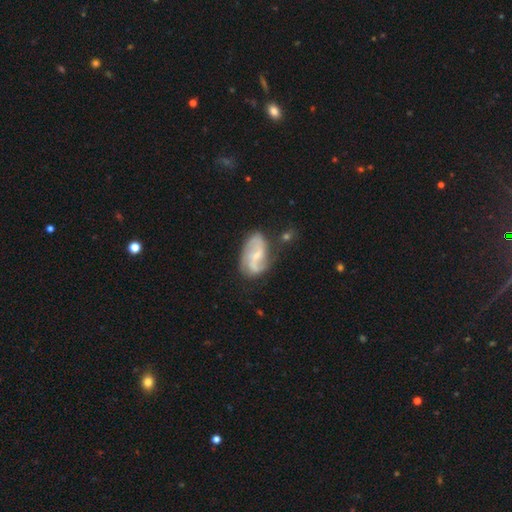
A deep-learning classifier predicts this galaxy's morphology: This appears to be a featured or disk galaxy (81%) with a weak bar (49%), 2 (78%) medium (43%) spiral arms (94%) and a small central bulge (61%). Merging: none (60%).